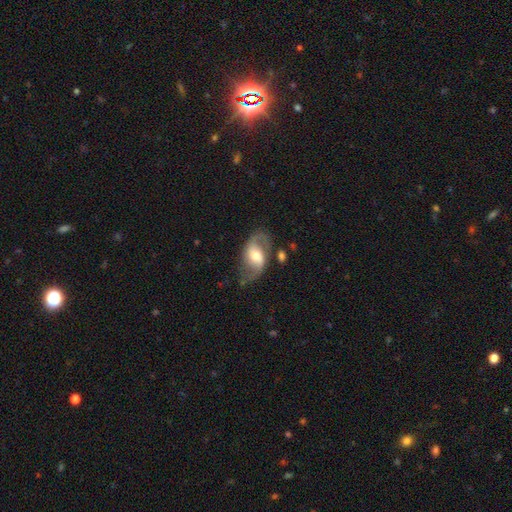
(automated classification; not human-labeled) featured or disk 79%, smooth 15%, star or artifact 6%. Down the decision tree: edge-on disk — no (96%); bar — weak (44%); spiral arms — yes (91%); spiral arm count — 2 (89%); spiral winding — loose (50%); bulge size — moderate (61%); merging — none (67%).